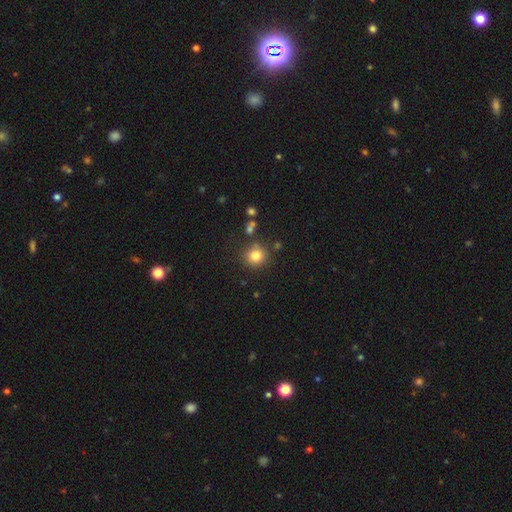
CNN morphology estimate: A smooth galaxy with no disk features (81%) that is round (91%).

Vote fractions:
- Smooth or featured? smooth: 81% / star or artifact: 12% / featured or disk: 7%
- How rounded? round: 91% / in between: 8% / cigar-shaped: 1%
- Merging? none: 80% / minor disturbance: 10% / merger: 6% / major disturbance: 3%